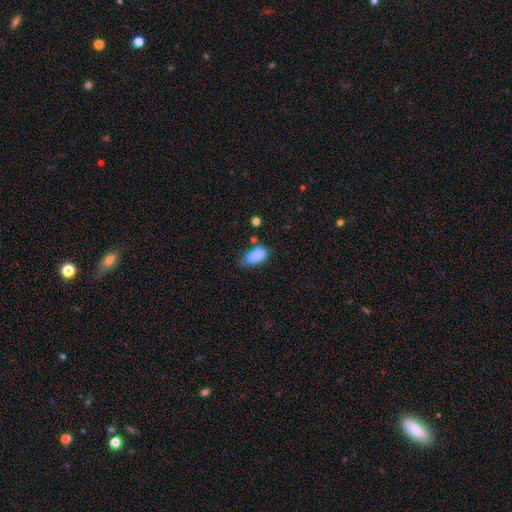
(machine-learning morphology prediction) A smooth galaxy with no disk features (75%) that is in between round and cigar-shaped (87%).

Vote fractions:
- Smooth or featured? smooth: 75% / featured or disk: 15% / star or artifact: 10%
- How rounded? in between: 87% / round: 8% / cigar-shaped: 5%
- Merging? none: 39% / merger: 26% / minor disturbance: 24% / major disturbance: 10%